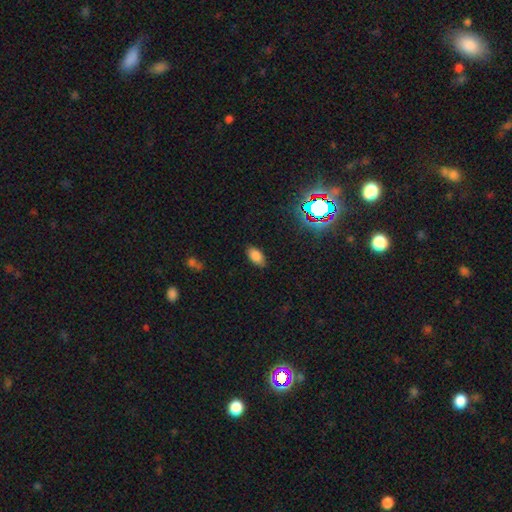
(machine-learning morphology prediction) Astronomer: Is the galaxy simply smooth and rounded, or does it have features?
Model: smooth — 79%.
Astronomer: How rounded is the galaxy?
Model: in between — 92%.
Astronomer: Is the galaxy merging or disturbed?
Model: none — 85%.